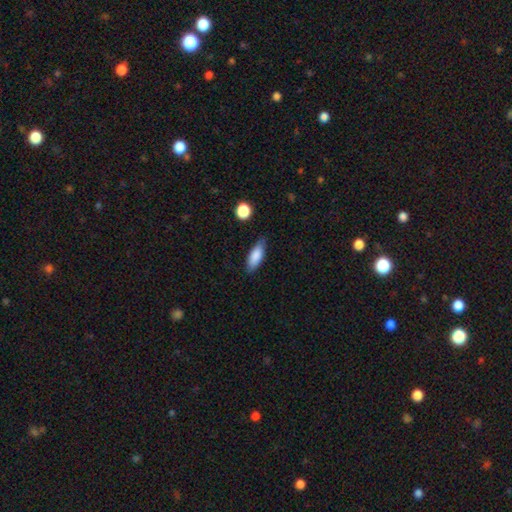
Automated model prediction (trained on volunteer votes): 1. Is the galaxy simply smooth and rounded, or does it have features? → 84% smooth, 9% featured or disk, 7% star or artifact.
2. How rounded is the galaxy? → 73% in between, 25% cigar-shaped, 2% round.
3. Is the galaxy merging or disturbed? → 76% none, 18% minor disturbance, 3% major disturbance, 2% merger.